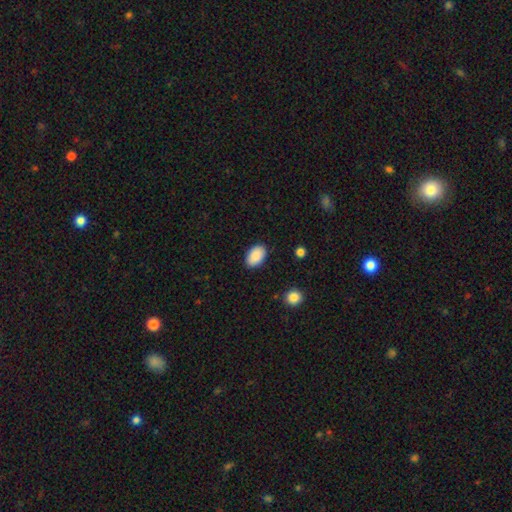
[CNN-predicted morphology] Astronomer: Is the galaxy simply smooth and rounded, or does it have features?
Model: smooth — 90%.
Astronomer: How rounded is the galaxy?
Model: in between — 89%.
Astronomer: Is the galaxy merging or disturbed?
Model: none — 88%.